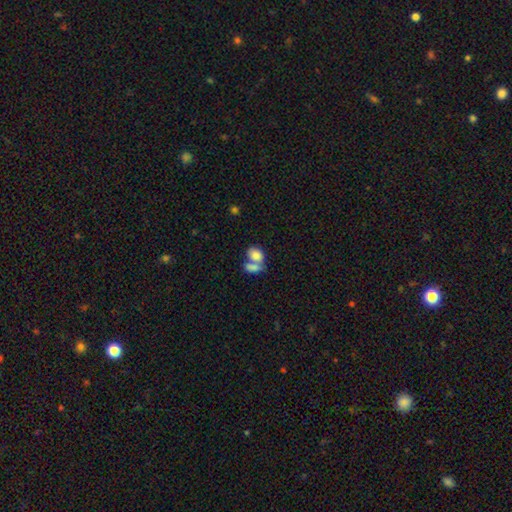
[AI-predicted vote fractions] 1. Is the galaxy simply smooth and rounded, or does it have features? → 80% smooth, 12% featured or disk, 8% star or artifact.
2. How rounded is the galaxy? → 76% in between, 22% round, 2% cigar-shaped.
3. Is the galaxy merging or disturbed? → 61% merger, 27% none, 8% minor disturbance, 4% major disturbance.